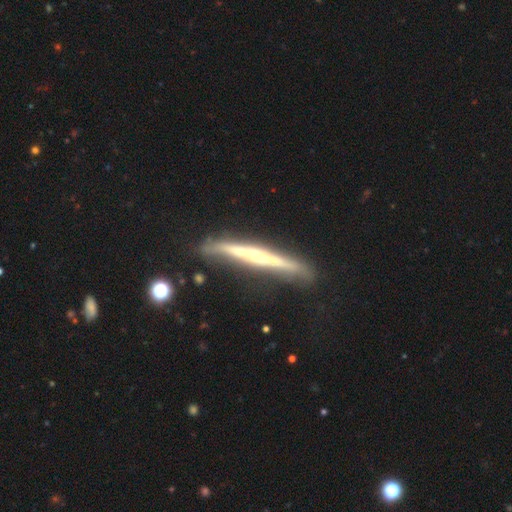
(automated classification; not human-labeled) featured or disk 79%, smooth 15%, star or artifact 5%. Down the decision tree: edge-on disk — yes (96%); edge-on bulge — rounded (73%); merging — none (76%).